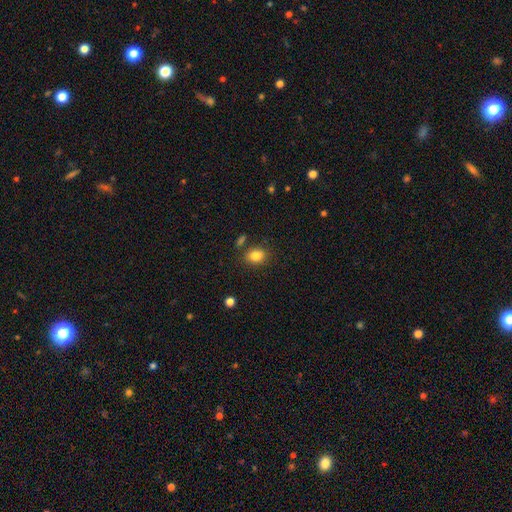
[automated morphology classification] Smooth or featured? smooth (83%)
How rounded? in between (61%)
Merging? none (79%)